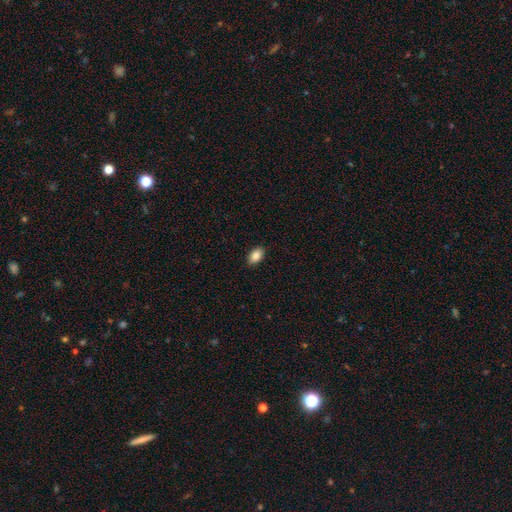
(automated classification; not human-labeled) This is clearly a smooth galaxy (86%). How rounded: clearly in between (92%). Merging: clearly none (90%).